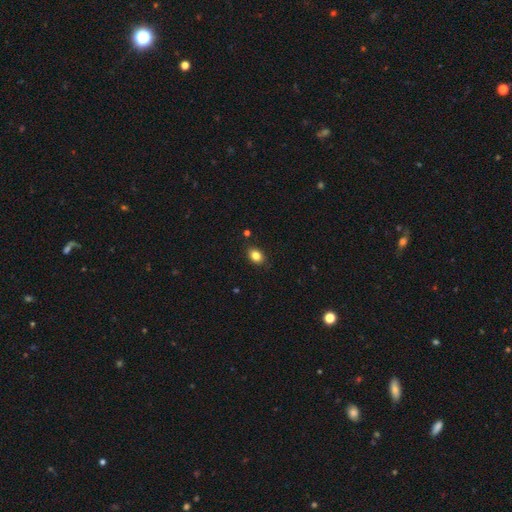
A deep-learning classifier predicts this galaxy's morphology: A smooth galaxy with no disk features (83%) that is in between round and cigar-shaped (73%). Merging: none (86%).